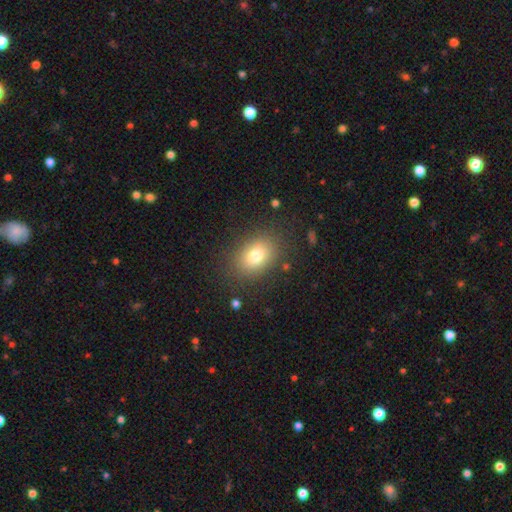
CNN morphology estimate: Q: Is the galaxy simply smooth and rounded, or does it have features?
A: smooth — 78%.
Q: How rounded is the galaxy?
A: in between — 73%.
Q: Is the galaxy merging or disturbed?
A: none — 84%.